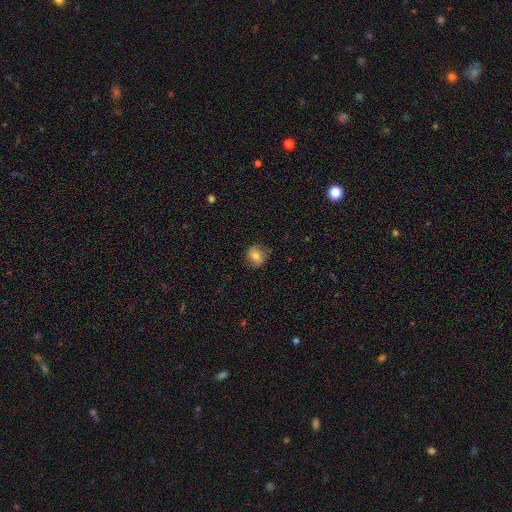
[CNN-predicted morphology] This is likely a smooth galaxy (74%). How rounded: likely round (78%). Merging: clearly none (82%).